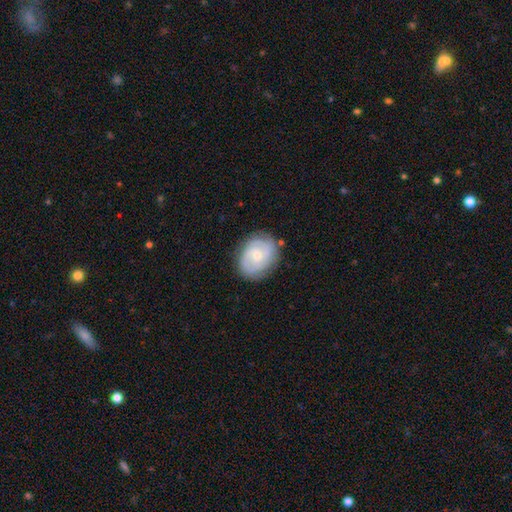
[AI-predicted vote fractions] Overall: featured or disk (71%). Edge-on disk: no (97%). Bar: no (56%; weak 38%). Spiral arms: yes (91%). Spiral arm count: 2 (60%; can't tell 21%). Spiral winding: tight (51%; medium 38%). Bulge size: small (57%; moderate 38%). Merging: none (79%).